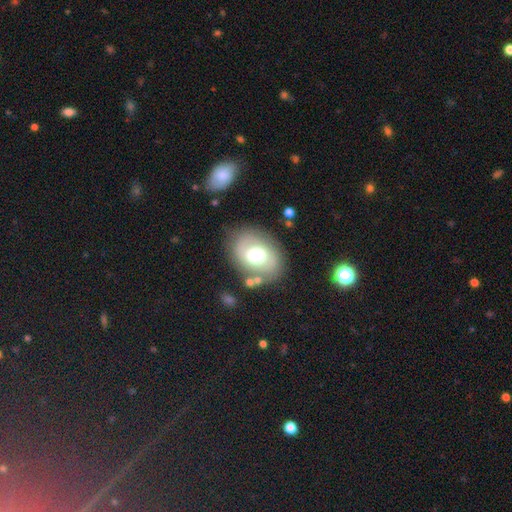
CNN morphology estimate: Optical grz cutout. It shows a smooth galaxy with no disk features (53%) that is in between round and cigar-shaped (63%). Merging: none (72%).